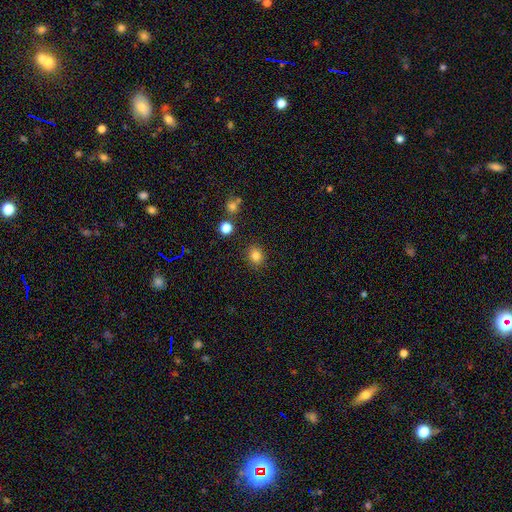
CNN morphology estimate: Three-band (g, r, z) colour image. It shows a smooth galaxy with no disk features (82%) that is round (71%). Merging: none (88%).